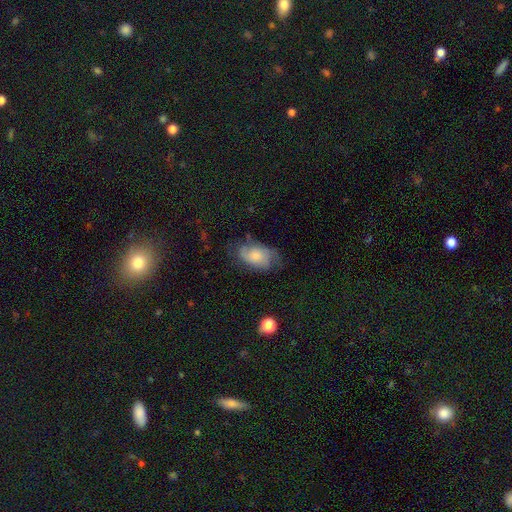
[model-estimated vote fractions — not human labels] Smooth or featured?
  - smooth: 56% *
  - featured or disk: 36%
  - star or artifact: 8%
How rounded?
  - in between: 91% *
  - round: 7%
  - cigar-shaped: 2%
Merging?
  - none: 55% *
  - minor disturbance: 30%
  - major disturbance: 14%
  - merger: 2%